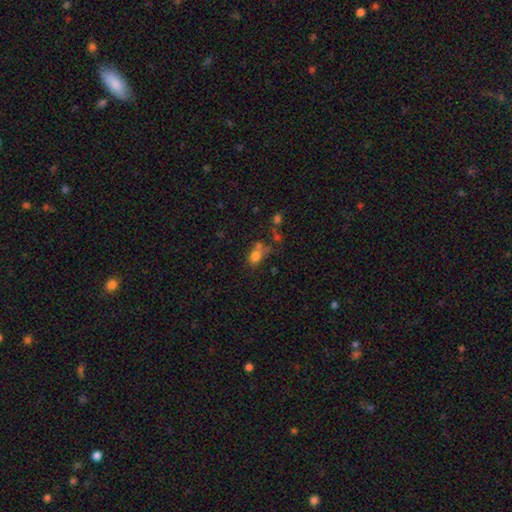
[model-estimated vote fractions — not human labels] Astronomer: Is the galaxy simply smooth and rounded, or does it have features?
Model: smooth — 73%.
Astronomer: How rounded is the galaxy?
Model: in between — 58% (runner-up: round, 40%).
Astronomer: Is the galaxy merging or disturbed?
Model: none — 37% (runner-up: merger, 32%).